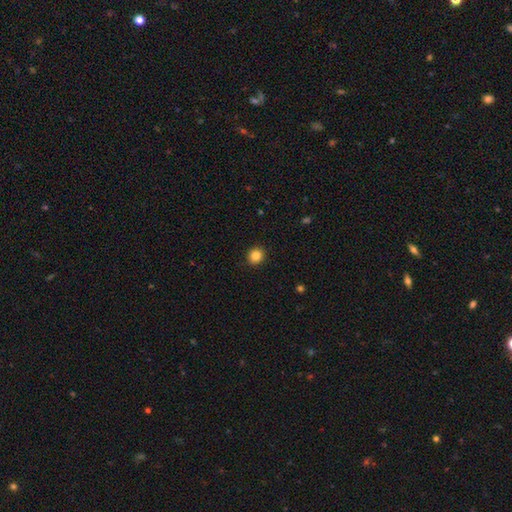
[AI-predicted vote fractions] Smooth or featured? smooth (84%)
How rounded? round (88%)
Merging? none (92%)